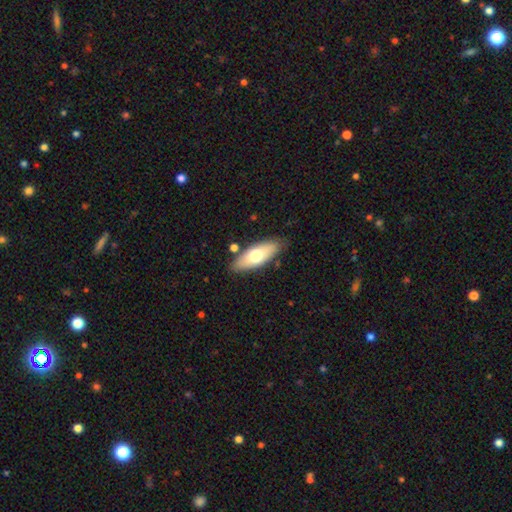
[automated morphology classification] smooth_or_featured: smooth (p=0.63) [alt: featured or disk p=0.31]
how_rounded: in between (p=0.69) [alt: cigar-shaped p=0.28]
merging: none (p=0.81) [alt: minor disturbance p=0.12]